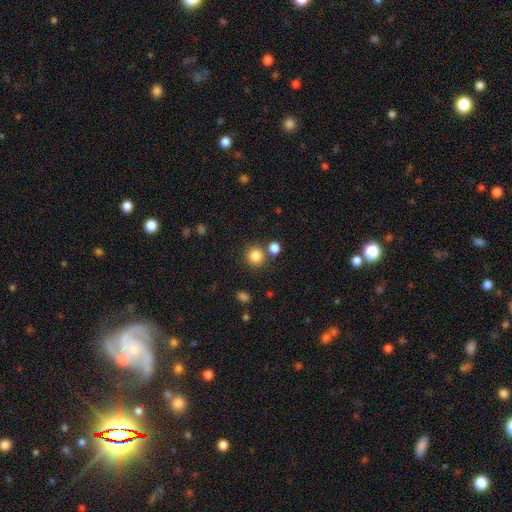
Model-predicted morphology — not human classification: The model was most divided on "merging": none: 77%, merger: 13%, minor disturbance: 7%, major disturbance: 3%. More confident: how rounded — round (92%); smooth or featured — smooth (84%).